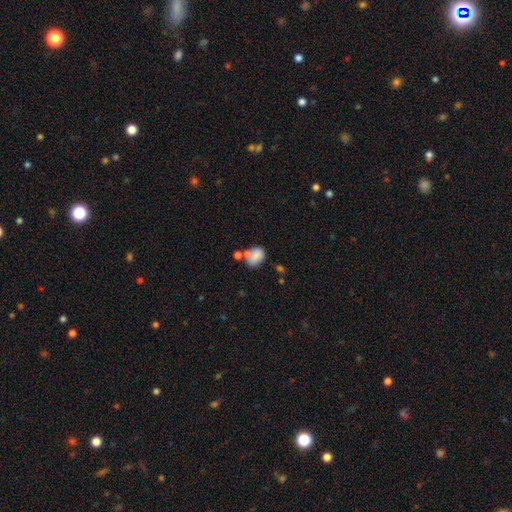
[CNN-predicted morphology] The model was most divided on "merging": none: 43%, merger: 29%, minor disturbance: 19%, major disturbance: 8%. More confident: smooth or featured — smooth (78%); how rounded — in between (68%).